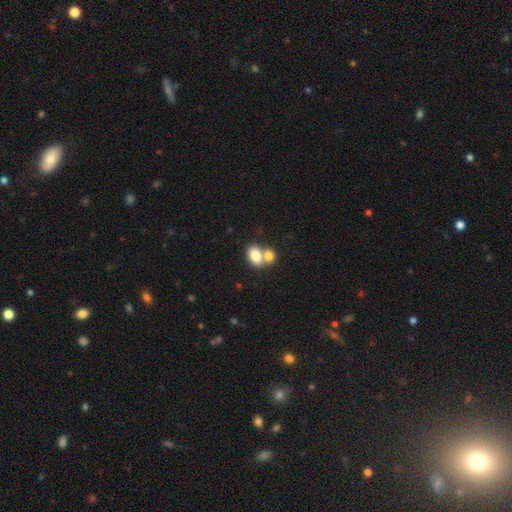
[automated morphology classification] A smooth galaxy with no disk features (79%) that is in between round and cigar-shaped (70%).

Vote fractions:
- Smooth or featured? smooth: 79% / featured or disk: 13% / star or artifact: 8%
- How rounded? in between: 70% / round: 29% / cigar-shaped: 1%
- Merging? merger: 60% / none: 29% / minor disturbance: 7% / major disturbance: 3%